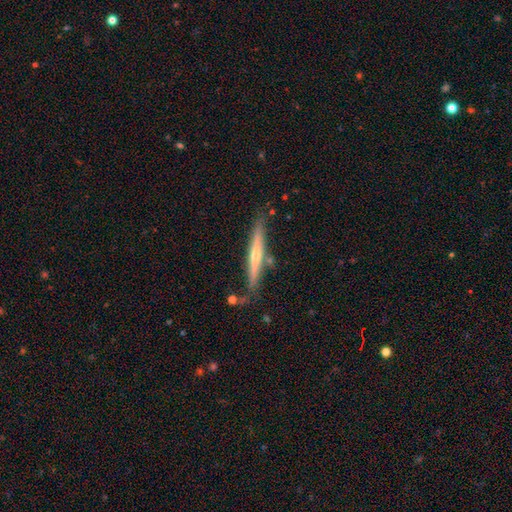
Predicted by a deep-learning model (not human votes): This appears to be a featured or disk galaxy (66%) viewed edge-on (95%) with a rounded central bulge (74%). Merging: none (79%).